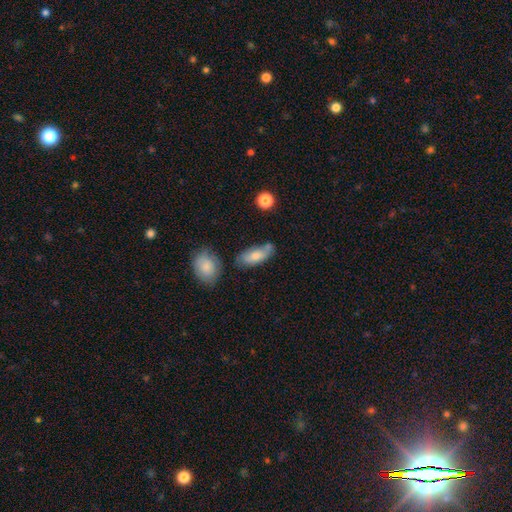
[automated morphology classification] type=smooth (74%); roundness=in between (81%); merging=none (55%).